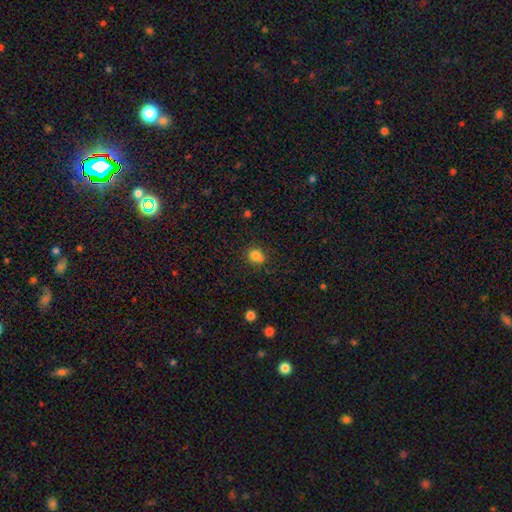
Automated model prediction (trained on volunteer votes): smooth-or-featured: smooth: 81% | star or artifact: 12% | featured or disk: 7%
  how-rounded: round: 78% | in between: 21% | cigar-shaped: 1%
  merging: none: 68% | minor disturbance: 16% | merger: 11% | major disturbance: 4%